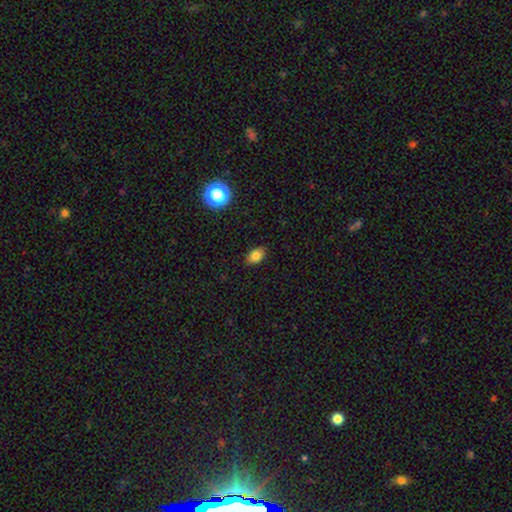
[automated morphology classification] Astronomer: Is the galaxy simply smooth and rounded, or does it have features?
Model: smooth — 81%.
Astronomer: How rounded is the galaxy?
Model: in between — 84%.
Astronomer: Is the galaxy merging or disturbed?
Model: none — 87%.